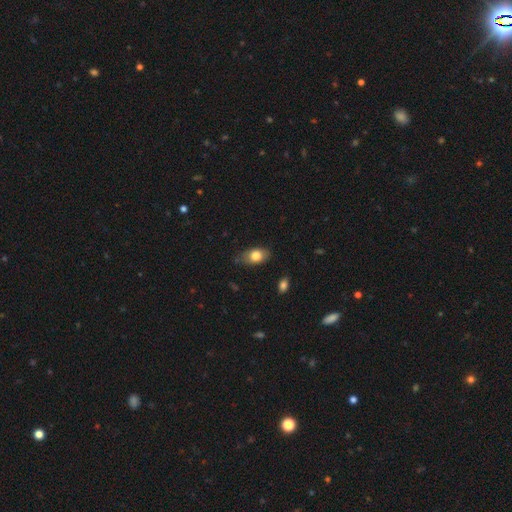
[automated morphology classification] smooth-or-featured: smooth: 79% | featured or disk: 14% | star or artifact: 7%
  how-rounded: in between: 87% | round: 11% | cigar-shaped: 2%
  merging: none: 73% | minor disturbance: 21% | major disturbance: 4% | merger: 2%